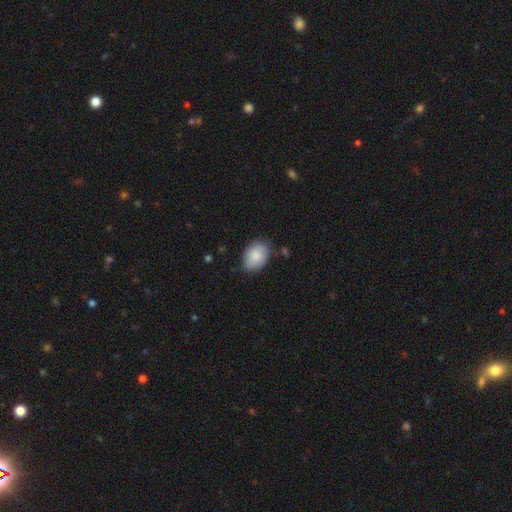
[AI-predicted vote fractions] smooth_or_featured: smooth (p=0.85) [alt: featured or disk p=0.08]
how_rounded: in between (p=0.82) [alt: round p=0.17]
merging: none (p=0.72) [alt: minor disturbance p=0.21]